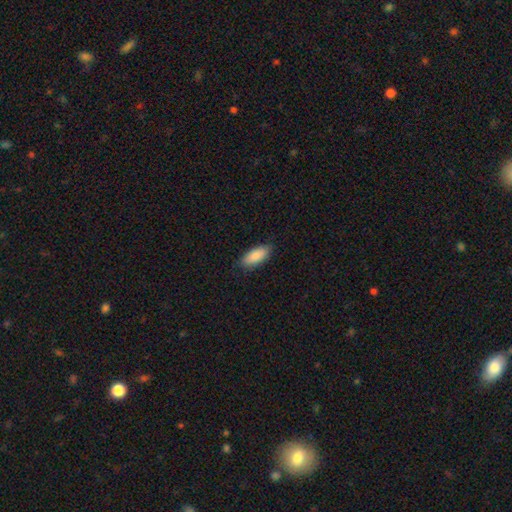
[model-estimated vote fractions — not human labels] Morphology: type=smooth (88%); roundness=in between (83%); merging=none (84%).